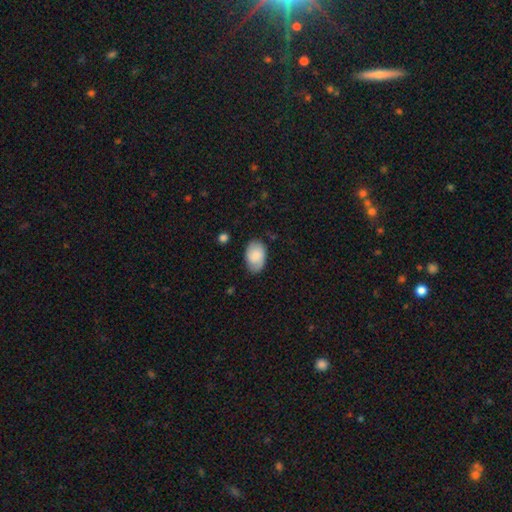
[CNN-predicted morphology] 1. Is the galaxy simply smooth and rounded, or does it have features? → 73% smooth, 20% featured or disk, 7% star or artifact.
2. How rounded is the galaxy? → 89% in between, 10% round, 1% cigar-shaped.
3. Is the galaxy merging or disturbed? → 74% none, 20% minor disturbance, 4% major disturbance, 1% merger.